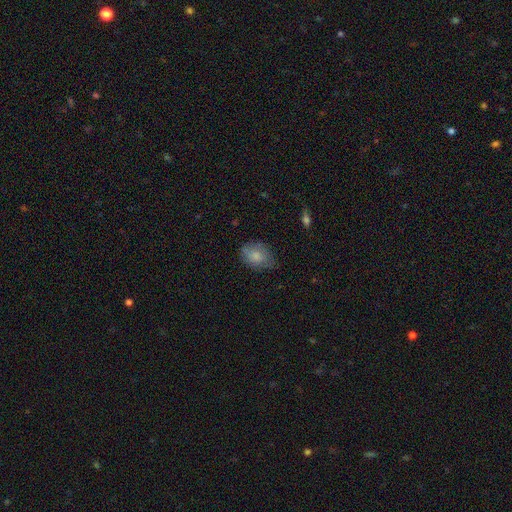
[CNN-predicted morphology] This appears to be a smooth galaxy with no disk features (79%) that is in between round and cigar-shaped (69%). Merging: none (63%).